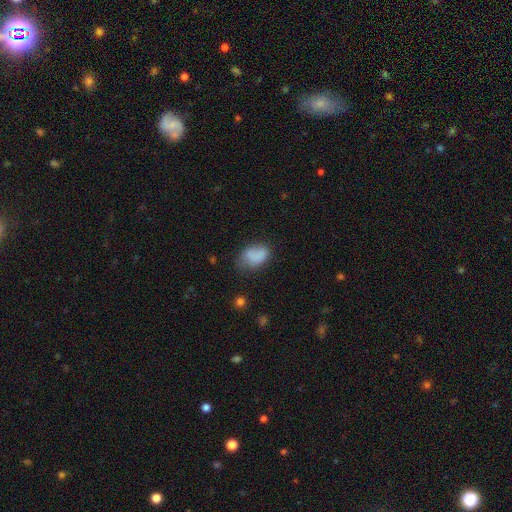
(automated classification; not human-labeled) smooth_or_featured: smooth (p=0.79) [alt: featured or disk p=0.11]
how_rounded: in between (p=0.84) [alt: round p=0.15]
merging: none (p=0.50) [alt: minor disturbance p=0.31]